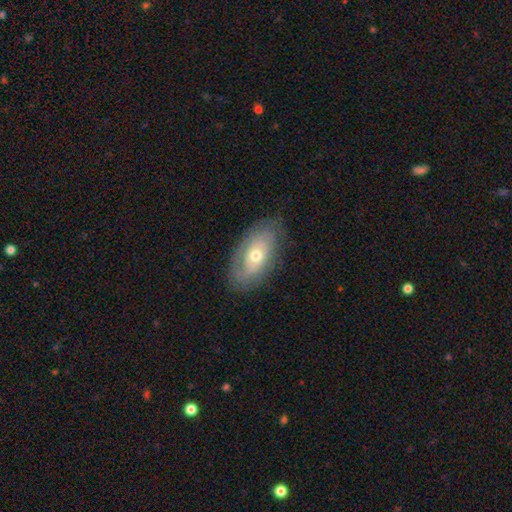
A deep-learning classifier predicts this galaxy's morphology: The model was most divided on "smooth or featured": featured or disk: 58%, smooth: 35%, star or artifact: 7%. More confident: edge-on disk — no (89%); bar — no (83%); merging — none (76%); spiral arms — yes (61%); bulge size — moderate (61%).